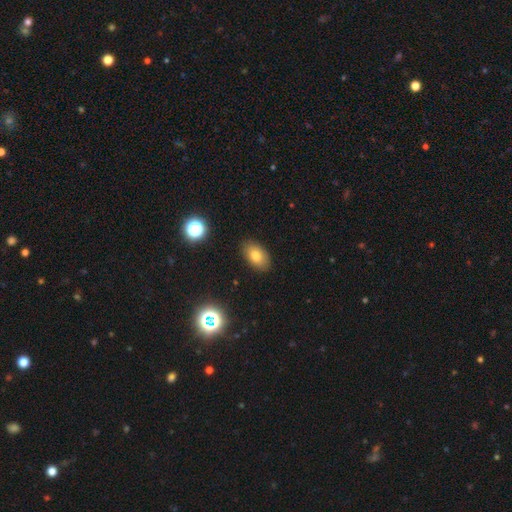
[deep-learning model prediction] Smooth or featured? Predicted: smooth (p=0.78). How rounded? Predicted: in between (p=0.90). Merging? Predicted: none (p=0.87).